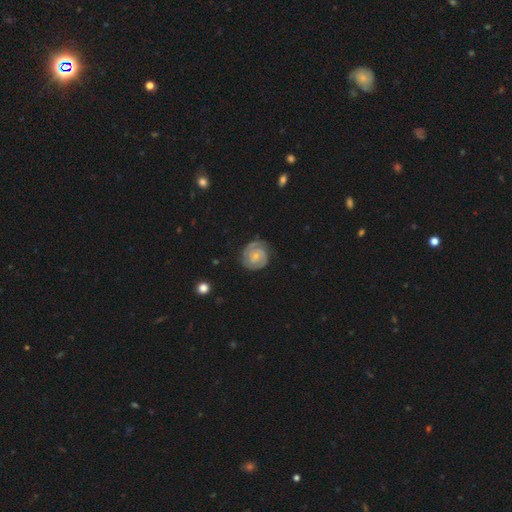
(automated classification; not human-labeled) Smooth or featured? Predicted: featured or disk (p=0.77). Edge-on disk? Predicted: no (p=0.98). Bar? Predicted: no (p=0.68). Spiral arms? Predicted: yes (p=0.93). Spiral winding? Predicted: tight (p=0.72). Spiral arm count? Predicted: 2 (p=0.60). Bulge size? Predicted: small (p=0.71). Merging? Predicted: none (p=0.74).